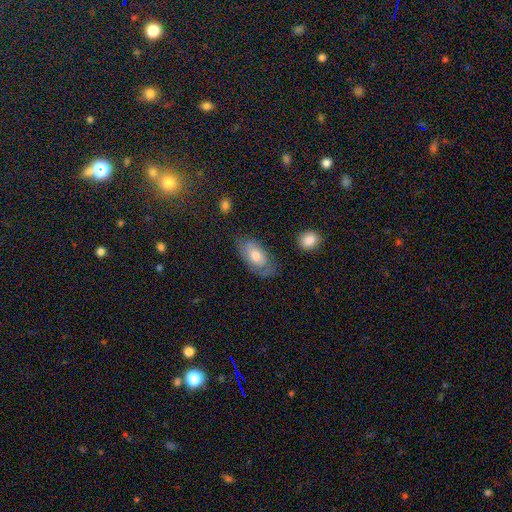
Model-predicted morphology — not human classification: Q: Smooth or featured?
A: smooth (58%); runner-up: featured or disk (35%)
Q: How rounded?
A: in between (92%); runner-up: round (5%)
Q: Merging?
A: none (64%); runner-up: minor disturbance (24%)